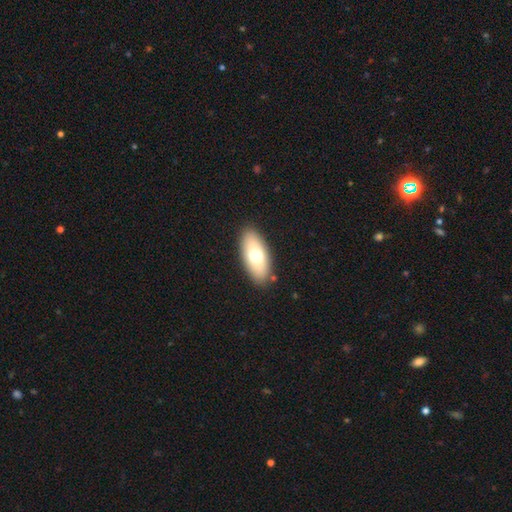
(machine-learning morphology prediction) Smooth or featured: smooth — 67% (featured or disk — 26%)
How rounded: in between — 87% (cigar-shaped — 10%)
Merging: none — 87% (minor disturbance — 9%)